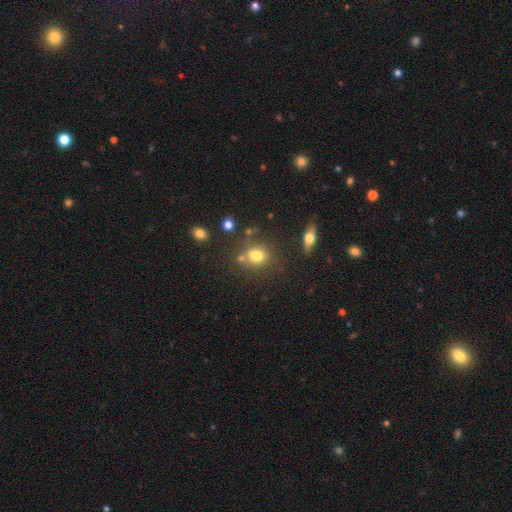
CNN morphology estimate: Smooth or featured: smooth — 76% (star or artifact — 13%)
How rounded: round — 58% (in between — 40%)
Merging: none — 58% (merger — 21%)